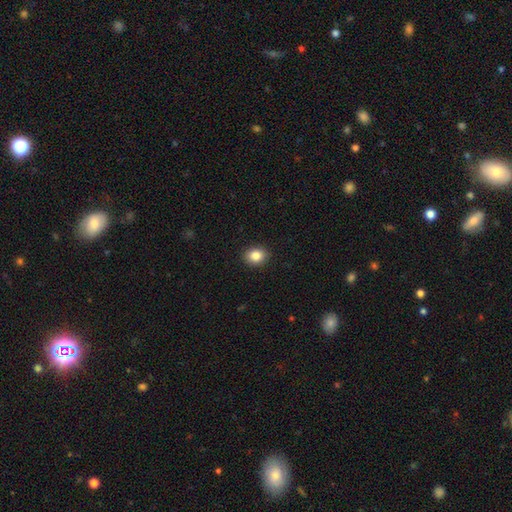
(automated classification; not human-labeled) Smooth or featured? Predicted: smooth (p=0.85). How rounded? Predicted: round (p=0.50). Merging? Predicted: none (p=0.91).